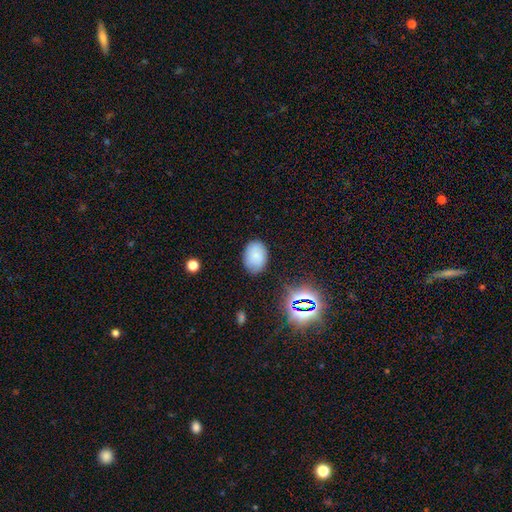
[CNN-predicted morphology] Smooth or featured: smooth — 79% (star or artifact — 13%)
How rounded: in between — 77% (round — 22%)
Merging: none — 82% (minor disturbance — 13%)